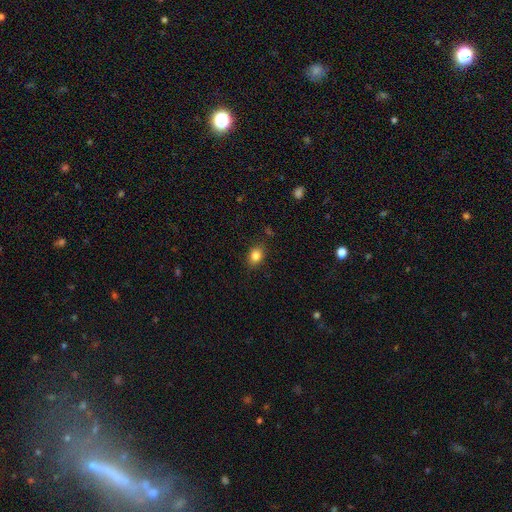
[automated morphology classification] A smooth galaxy with no disk features (83%) that is in between round and cigar-shaped (64%).

Vote fractions:
- Smooth or featured? smooth: 83% / star or artifact: 10% / featured or disk: 6%
- How rounded? in between: 64% / round: 34% / cigar-shaped: 1%
- Merging? none: 84% / minor disturbance: 12% / major disturbance: 3% / merger: 1%